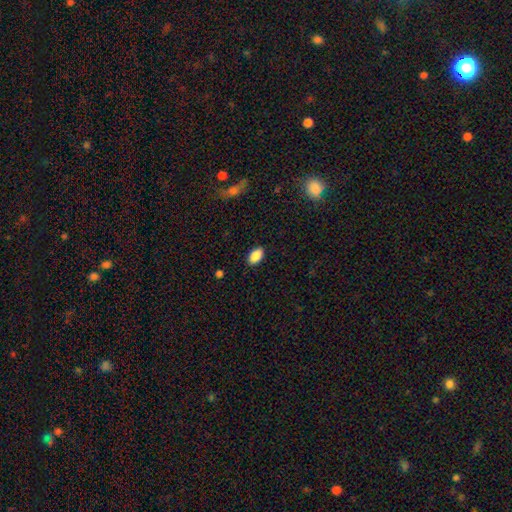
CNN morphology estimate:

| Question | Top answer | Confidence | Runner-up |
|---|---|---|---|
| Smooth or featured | smooth | 88% | star or artifact (8%) |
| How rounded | in between | 92% | round (5%) |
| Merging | none | 88% | minor disturbance (9%) |